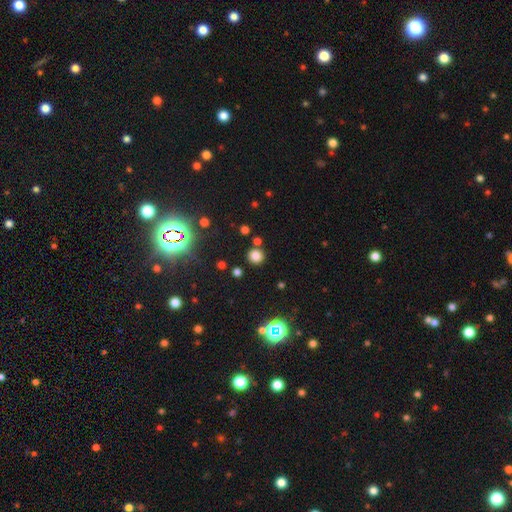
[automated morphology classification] smooth-or-featured: smooth: 74% | star or artifact: 20% | featured or disk: 5%
  how-rounded: round: 91% | in between: 8% | cigar-shaped: 1%
  merging: none: 82% | minor disturbance: 8% | merger: 7% | major disturbance: 3%